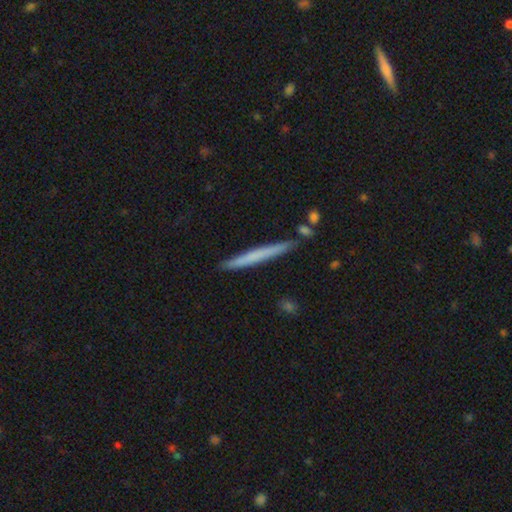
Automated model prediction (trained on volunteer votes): Morphology: type=smooth (57%); roundness=cigar-shaped (97%); merging=none (88%).